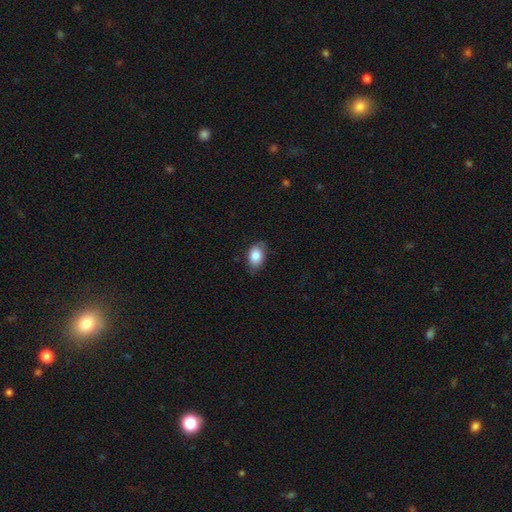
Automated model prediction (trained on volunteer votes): Smooth or featured?
  - smooth: 84% *
  - featured or disk: 8%
  - star or artifact: 7%
How rounded?
  - in between: 85% *
  - round: 14%
  - cigar-shaped: 1%
Merging?
  - none: 72% *
  - minor disturbance: 22%
  - major disturbance: 4%
  - merger: 1%